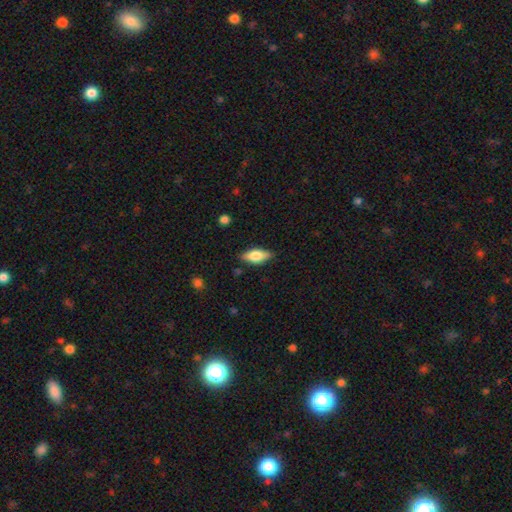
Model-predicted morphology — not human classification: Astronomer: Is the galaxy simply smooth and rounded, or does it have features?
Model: smooth — 63%.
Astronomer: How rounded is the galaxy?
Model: in between — 79%.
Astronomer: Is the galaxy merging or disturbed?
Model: none — 83%.